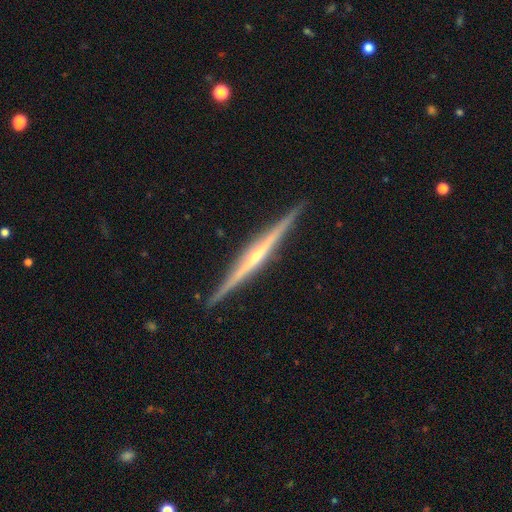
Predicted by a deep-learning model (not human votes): Smooth or featured? featured or disk (85%)
Edge-on disk? yes (99%)
Edge-on bulge? rounded (68%)
Merging? none (92%)